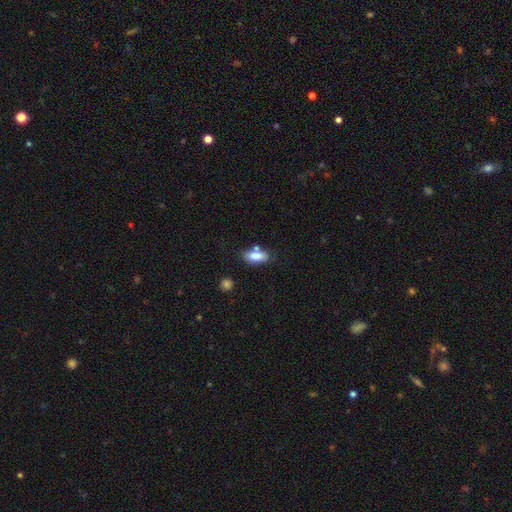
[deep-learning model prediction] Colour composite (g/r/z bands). It shows a smooth galaxy with no disk features (81%) that is in between round and cigar-shaped (81%). Merging: none (65%).